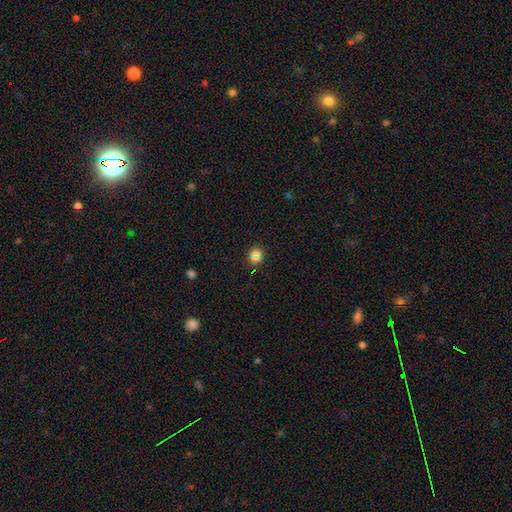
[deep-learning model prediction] smooth 73%, star or artifact 18%, featured or disk 8%. Down the decision tree: how rounded — round (86%); merging — none (71%).